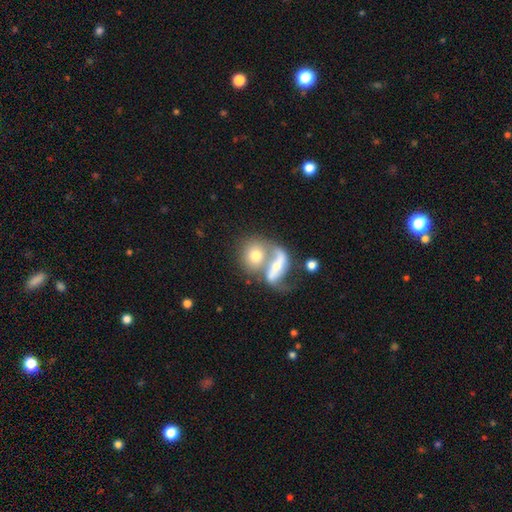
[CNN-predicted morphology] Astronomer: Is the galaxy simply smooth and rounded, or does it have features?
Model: smooth — 50% (runner-up: featured or disk, 41%).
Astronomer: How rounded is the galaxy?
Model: round — 61%.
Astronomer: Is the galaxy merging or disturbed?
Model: merger — 57%.